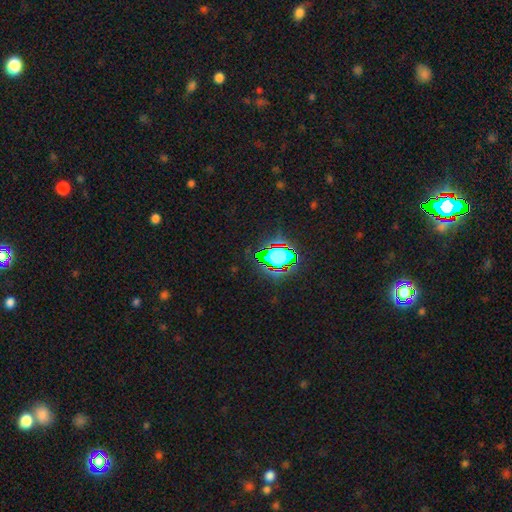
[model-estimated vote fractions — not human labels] A star or artifact, not a galaxy (82%).